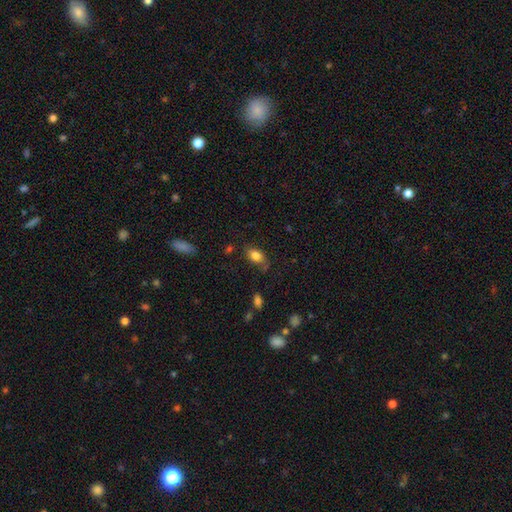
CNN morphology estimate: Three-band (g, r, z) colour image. It shows a smooth galaxy with no disk features (81%) that is in between round and cigar-shaped (87%). Merging: none (68%).